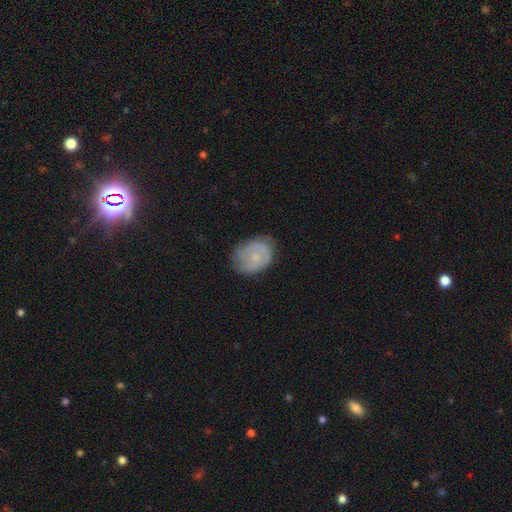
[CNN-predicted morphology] A featured or disk galaxy (63%) with no bar (70%), 2 (52%) tight (51%) spiral arms (89%) and a small central bulge (60%).

Vote fractions:
- Smooth or featured? featured or disk: 63% / smooth: 30% / star or artifact: 7%
- Edge-on disk? no: 98% / yes: 2%
- Bar? no: 70% / weak: 26% / strong: 3%
- Spiral arms? yes: 89% / no: 11%
- Spiral winding? tight: 51% / medium: 37% / loose: 12%
- Spiral arm count? 2: 52% / can't tell: 24% / 3: 12% / 1: 6% / 4: 3% / more than 4: 3%
- Bulge size? small: 60% / moderate: 19% / none: 19% / large: 1% / dominant: 1%
- Merging? none: 72% / minor disturbance: 20% / major disturbance: 6% / merger: 1%